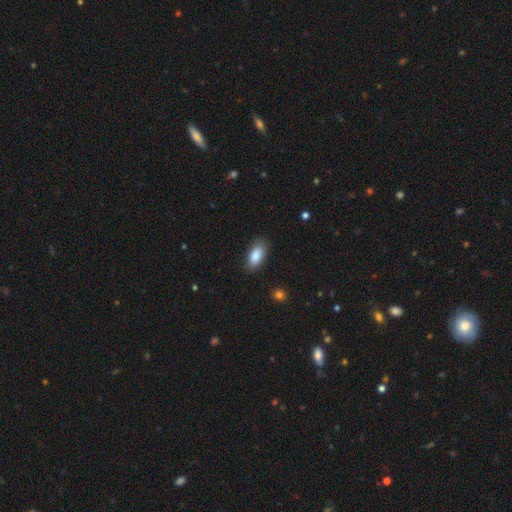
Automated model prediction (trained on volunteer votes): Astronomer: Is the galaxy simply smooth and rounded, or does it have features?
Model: smooth — 87%.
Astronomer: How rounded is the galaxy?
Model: in between — 90%.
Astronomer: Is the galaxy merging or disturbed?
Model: none — 84%.